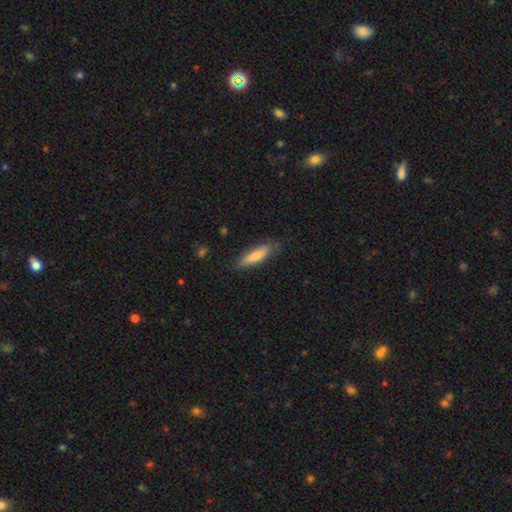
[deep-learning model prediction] smooth-or-featured: smooth: 74% | featured or disk: 21% | star or artifact: 6%
  how-rounded: cigar-shaped: 70% | in between: 28% | round: 2%
  merging: none: 82% | minor disturbance: 14% | major disturbance: 3% | merger: 1%